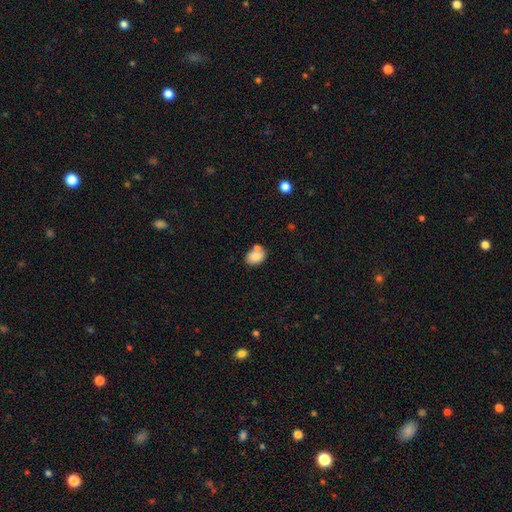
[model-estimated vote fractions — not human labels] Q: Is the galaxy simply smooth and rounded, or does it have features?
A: smooth — 80%.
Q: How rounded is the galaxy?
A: in between — 69%.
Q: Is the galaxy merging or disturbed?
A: none — 55%.